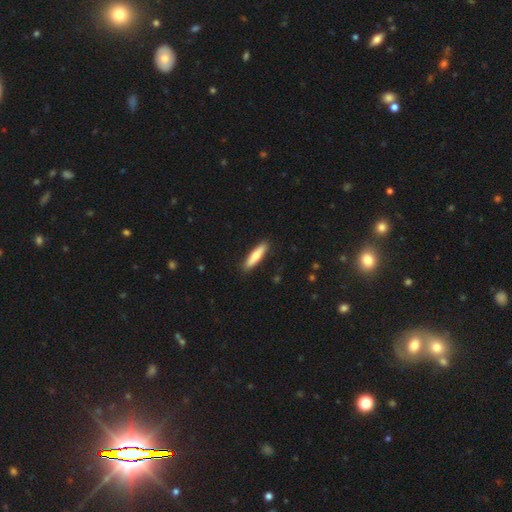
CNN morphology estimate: type=smooth (68%); roundness=cigar-shaped (79%); merging=none (90%).